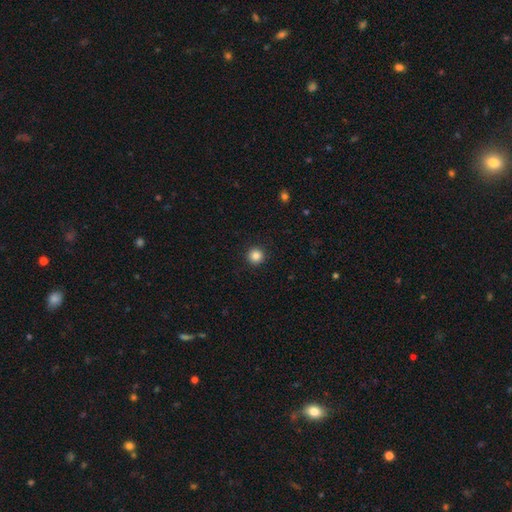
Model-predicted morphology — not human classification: type=smooth (85%); roundness=round (96%); merging=none (93%).